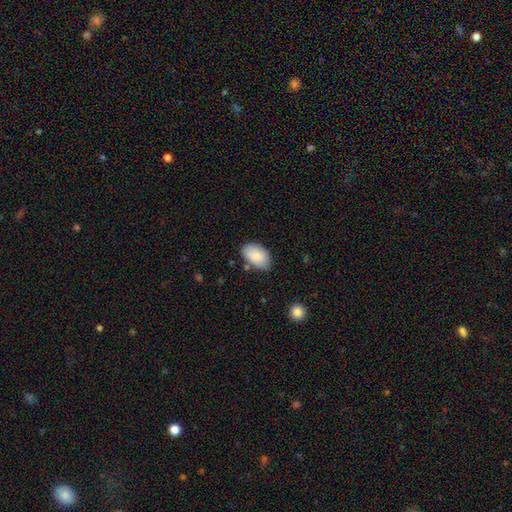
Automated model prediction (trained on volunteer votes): Morphology: type=smooth (87%); roundness=in between (94%); merging=none (77%).